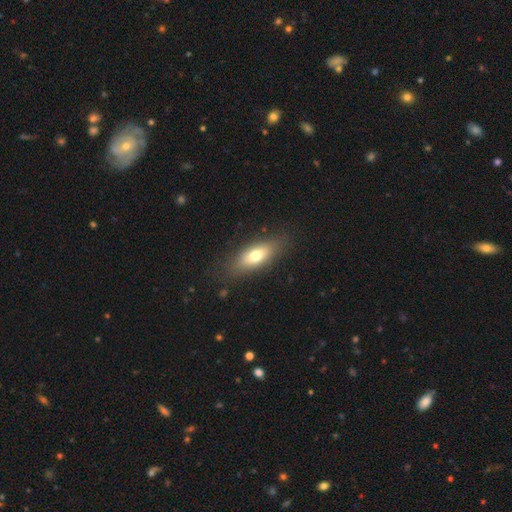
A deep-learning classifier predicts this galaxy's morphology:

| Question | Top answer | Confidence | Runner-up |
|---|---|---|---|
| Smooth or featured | smooth | 70% | featured or disk (22%) |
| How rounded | in between | 72% | cigar-shaped (24%) |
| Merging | none | 82% | minor disturbance (13%) |